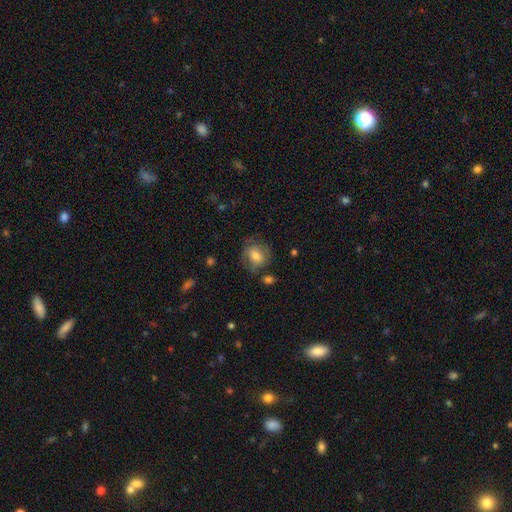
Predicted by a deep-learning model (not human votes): Overall: smooth (70%). How rounded: round (55%; in between 44%). Merging: none (60%; minor disturbance 24%).